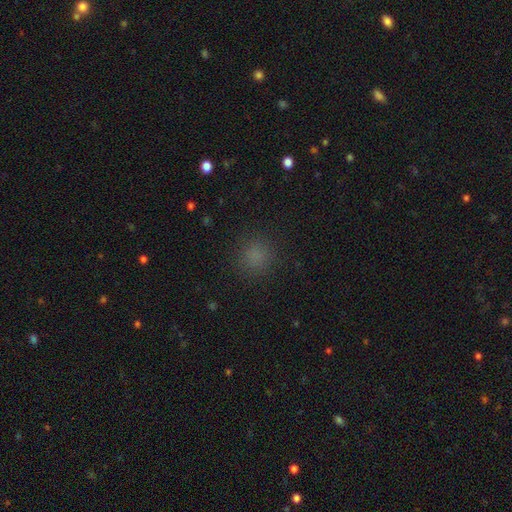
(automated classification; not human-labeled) Smooth or featured?
  - smooth: 78% *
  - star or artifact: 18%
  - featured or disk: 4%
How rounded?
  - round: 91% *
  - in between: 7%
  - cigar-shaped: 1%
Merging?
  - none: 88% *
  - minor disturbance: 8%
  - major disturbance: 3%
  - merger: 1%